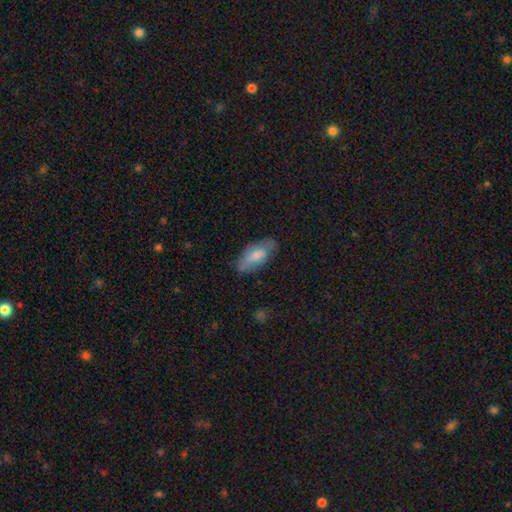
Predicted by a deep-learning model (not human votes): A smooth galaxy with no disk features (72%) that is in between round and cigar-shaped (85%).

Vote fractions:
- Smooth or featured? smooth: 72% / featured or disk: 22% / star or artifact: 6%
- How rounded? in between: 85% / cigar-shaped: 12% / round: 2%
- Merging? none: 68% / minor disturbance: 24% / major disturbance: 6% / merger: 2%